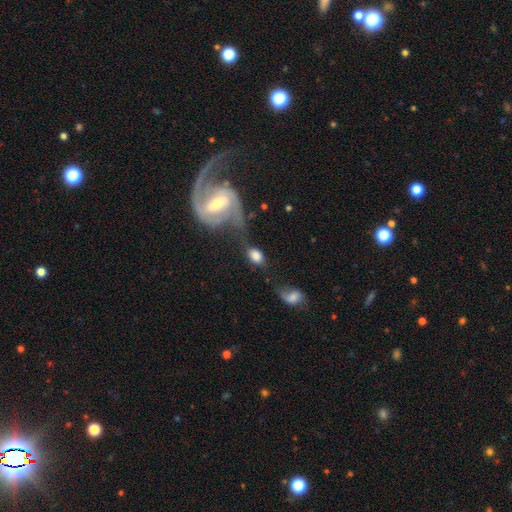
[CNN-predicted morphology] Smooth or featured: smooth — 67% (featured or disk — 24%)
How rounded: in between — 76% (round — 22%)
Merging: none — 36% (merger — 28%)